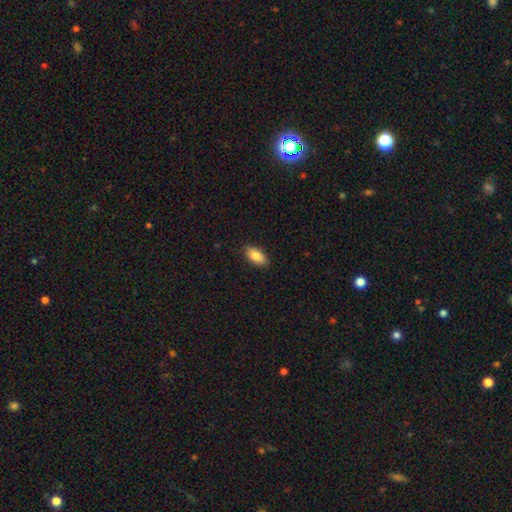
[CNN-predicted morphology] smooth_or_featured: smooth (p=0.86) [alt: featured or disk p=0.07]
how_rounded: in between (p=0.91) [alt: cigar-shaped p=0.06]
merging: none (p=0.88) [alt: minor disturbance p=0.09]